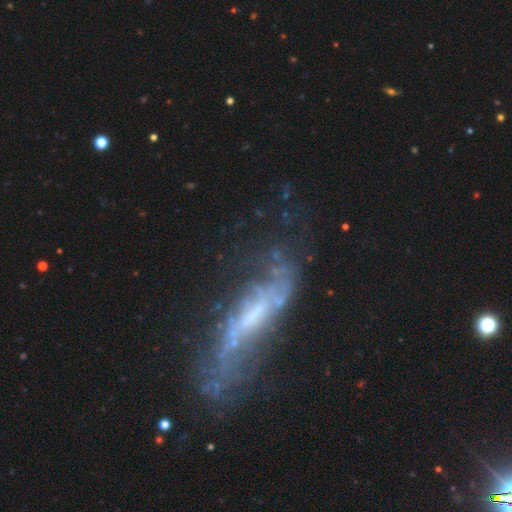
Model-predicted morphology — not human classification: featured or disk 75%, smooth 14%, star or artifact 11%. Down the decision tree: edge-on disk — no (64%); merging — none (55%).